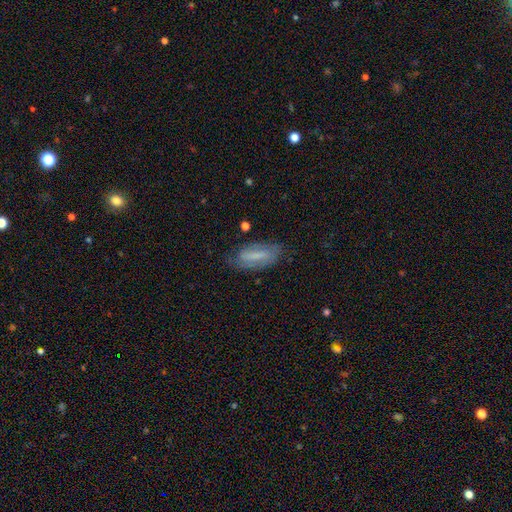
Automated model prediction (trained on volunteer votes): Smooth or featured?
  - featured or disk: 52% *
  - smooth: 40%
  - star or artifact: 9%
Edge-on disk?
  - no: 85% *
  - yes: 15%
Merging?
  - none: 71% *
  - minor disturbance: 20%
  - major disturbance: 7%
  - merger: 2%